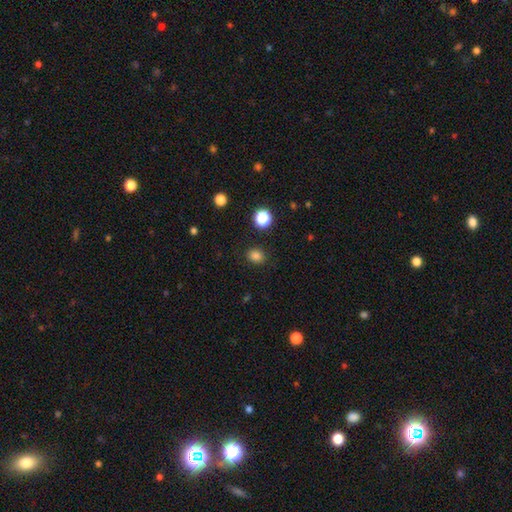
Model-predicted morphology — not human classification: Q: Smooth or featured?
A: smooth (82%); runner-up: star or artifact (14%)
Q: How rounded?
A: round (59%); runner-up: in between (40%)
Q: Merging?
A: none (88%); runner-up: minor disturbance (8%)